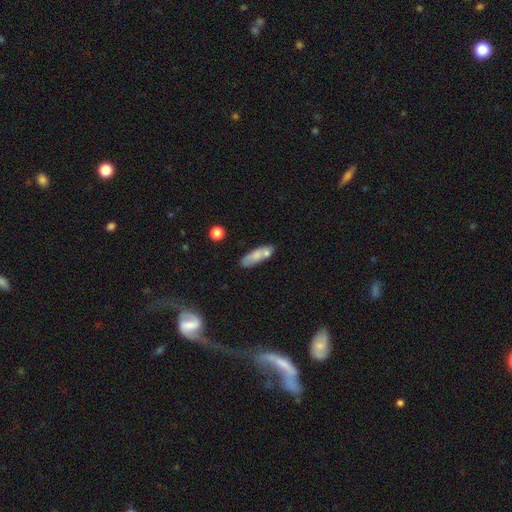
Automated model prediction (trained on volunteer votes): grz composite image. It shows a smooth galaxy with no disk features (72%) that is in between round and cigar-shaped (52%). Merging: none (57%).